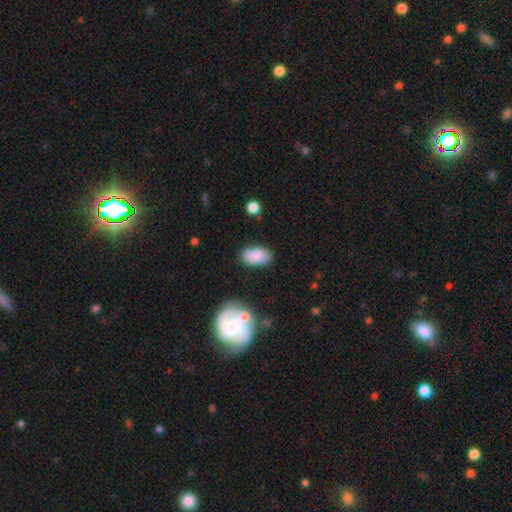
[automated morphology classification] This is clearly a smooth galaxy (85%). How rounded: clearly in between (93%). Merging: likely none (80%).